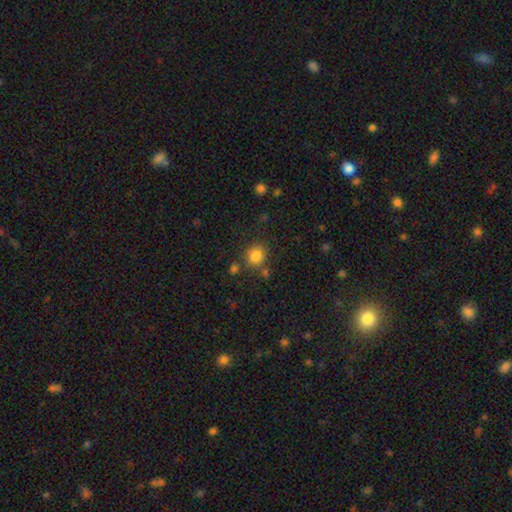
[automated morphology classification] Smooth or featured: smooth — 84% (star or artifact — 12%)
How rounded: round — 85% (in between — 14%)
Merging: none — 77% (minor disturbance — 11%)